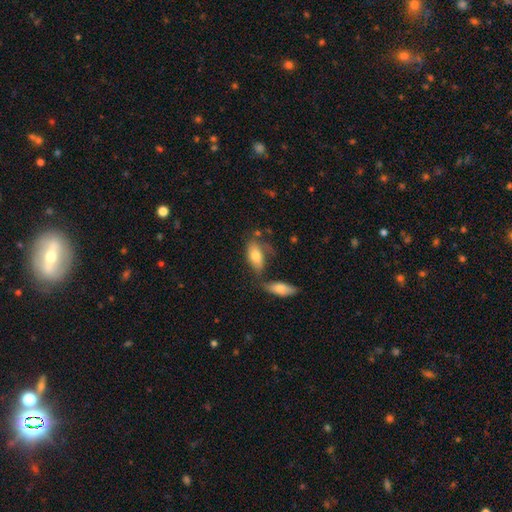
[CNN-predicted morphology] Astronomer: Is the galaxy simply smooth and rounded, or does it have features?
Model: smooth — 75%.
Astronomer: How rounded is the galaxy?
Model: in between — 84%.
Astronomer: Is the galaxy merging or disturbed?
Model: none — 49%.